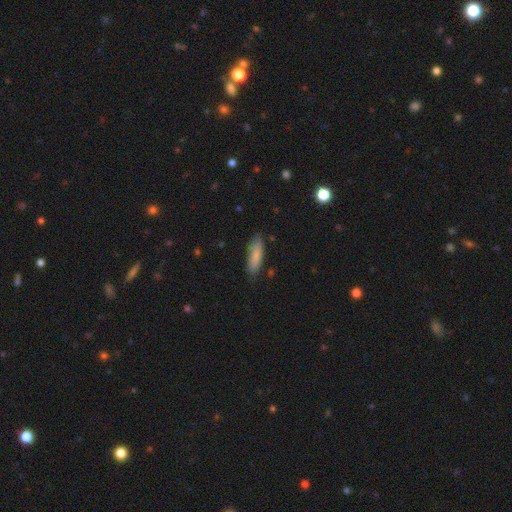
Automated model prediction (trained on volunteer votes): Smooth or featured? Predicted: smooth (p=0.83). How rounded? Predicted: cigar-shaped (p=0.50). Merging? Predicted: none (p=0.81).